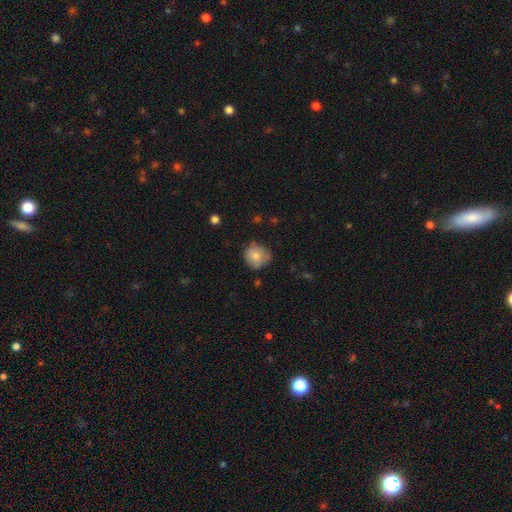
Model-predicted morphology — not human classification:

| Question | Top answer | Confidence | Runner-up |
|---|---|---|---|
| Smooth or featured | smooth | 75% | featured or disk (17%) |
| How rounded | round | 83% | in between (16%) |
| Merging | none | 64% | minor disturbance (27%) |